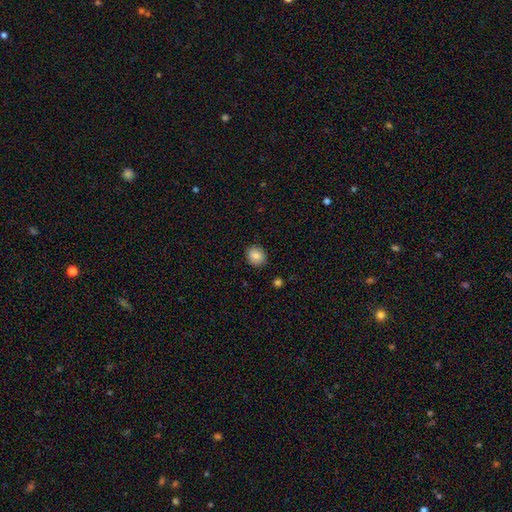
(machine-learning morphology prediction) smooth_or_featured: smooth (p=0.87) [alt: star or artifact p=0.08]
how_rounded: round (p=0.72) [alt: in between p=0.27]
merging: none (p=0.89) [alt: minor disturbance p=0.08]